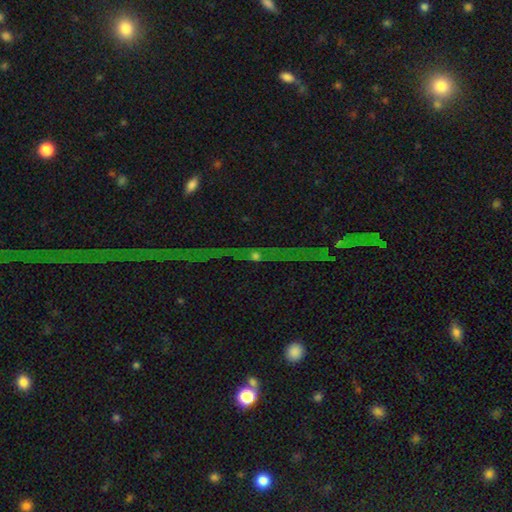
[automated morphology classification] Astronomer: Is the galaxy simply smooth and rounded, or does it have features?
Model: star or artifact — 50% (runner-up: featured or disk, 35%).